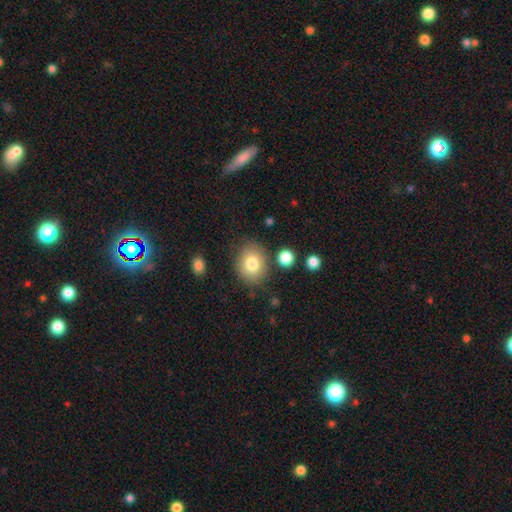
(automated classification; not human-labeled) Smooth or featured?
  - smooth: 60% *
  - star or artifact: 29%
  - featured or disk: 12%
How rounded?
  - round: 66% *
  - in between: 32%
  - cigar-shaped: 2%
Merging?
  - none: 84% *
  - minor disturbance: 9%
  - merger: 4%
  - major disturbance: 3%